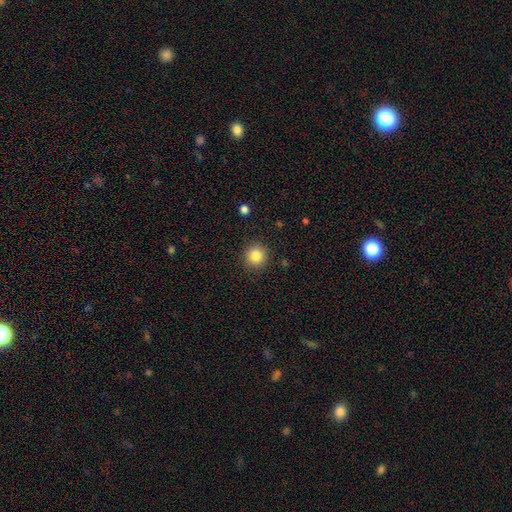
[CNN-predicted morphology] Q: Smooth or featured?
A: smooth (85%); runner-up: star or artifact (10%)
Q: How rounded?
A: round (93%); runner-up: in between (7%)
Q: Merging?
A: none (90%); runner-up: minor disturbance (6%)